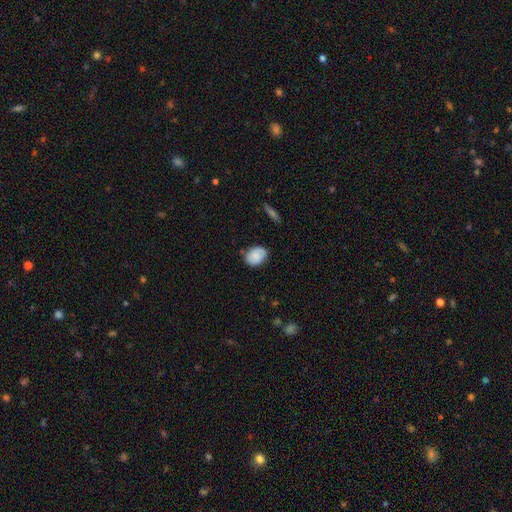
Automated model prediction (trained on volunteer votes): smooth 72%, featured or disk 20%, star or artifact 8%. Down the decision tree: how rounded — in between (65%); merging — none (75%).